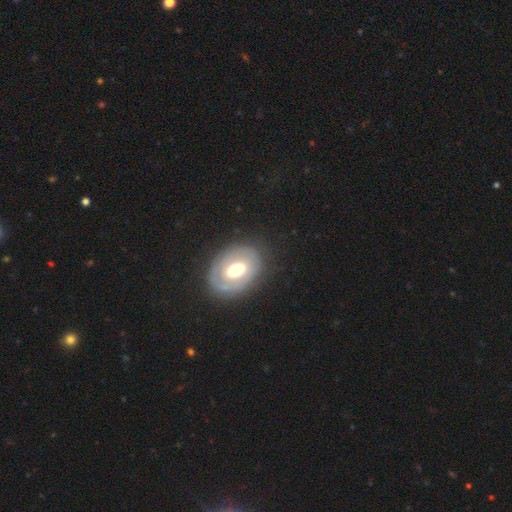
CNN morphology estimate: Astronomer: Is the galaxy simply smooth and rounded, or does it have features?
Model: featured or disk — 59% (runner-up: smooth, 34%).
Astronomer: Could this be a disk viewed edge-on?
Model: no — 94%.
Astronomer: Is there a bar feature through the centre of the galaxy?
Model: no — 51% (runner-up: weak, 33%).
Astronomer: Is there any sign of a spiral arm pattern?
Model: no — 62% (runner-up: yes, 38%).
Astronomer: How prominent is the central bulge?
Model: moderate — 59%.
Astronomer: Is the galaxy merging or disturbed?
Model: none — 79%.